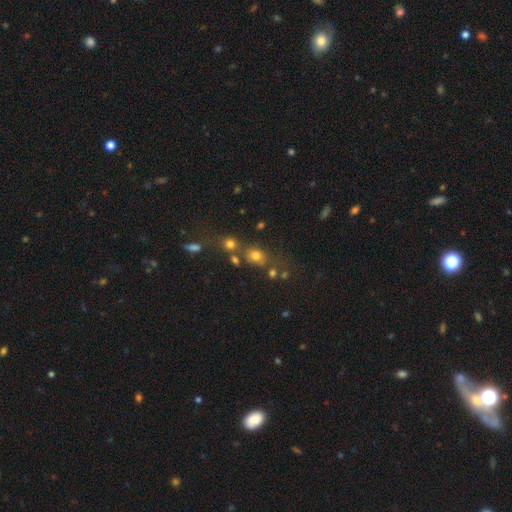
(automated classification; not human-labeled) Q: Smooth or featured?
A: smooth (68%); runner-up: star or artifact (20%)
Q: How rounded?
A: round (56%); runner-up: in between (42%)
Q: Merging?
A: none (52%); runner-up: merger (26%)